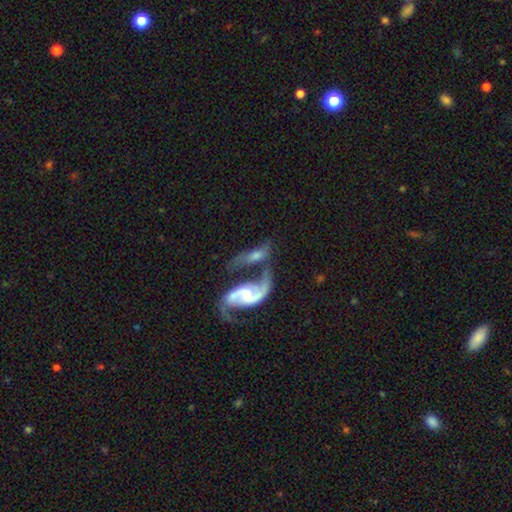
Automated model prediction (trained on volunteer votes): smooth_or_featured: featured or disk (p=0.71) [alt: smooth p=0.22]
disk_edge_on: no (p=0.88) [alt: yes p=0.12]
bar: no (p=0.43) [alt: weak p=0.40]
has_spiral_arms: yes (p=0.83) [alt: no p=0.17]
spiral_winding: loose (p=0.72) [alt: medium p=0.22]
spiral_arm_count: 2 (p=0.82) [alt: 1 p=0.10]
bulge_size: moderate (p=0.36) [tied with: small p=0.36]
merging: merger (p=0.54) [alt: none p=0.23]